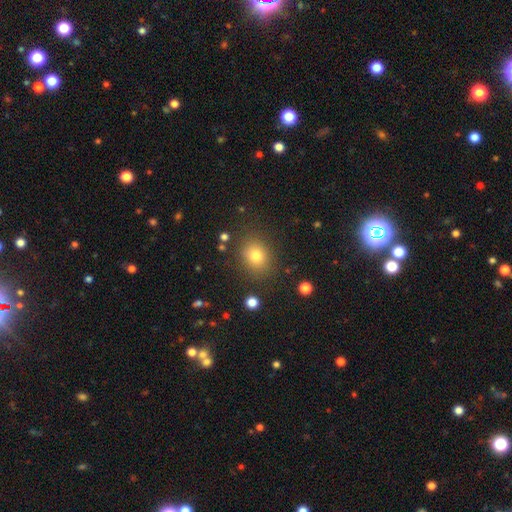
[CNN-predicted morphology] Overall: smooth (79%). How rounded: round (59%; in between 40%). Merging: none (84%).